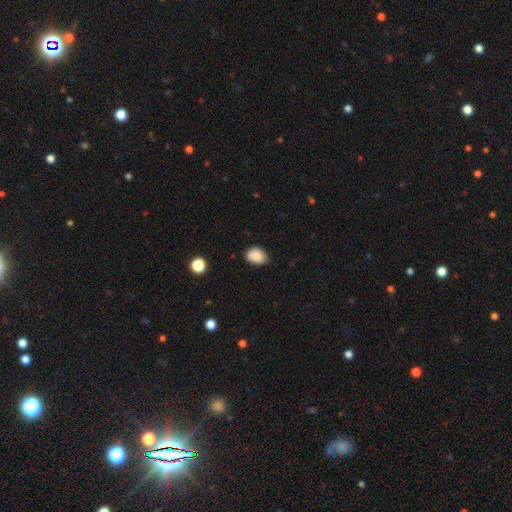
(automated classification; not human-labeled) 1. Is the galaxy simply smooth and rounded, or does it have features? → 86% smooth, 9% star or artifact, 5% featured or disk.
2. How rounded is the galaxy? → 67% in between, 32% round, 1% cigar-shaped.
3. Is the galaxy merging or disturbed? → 78% none, 18% minor disturbance, 3% major disturbance, 1% merger.